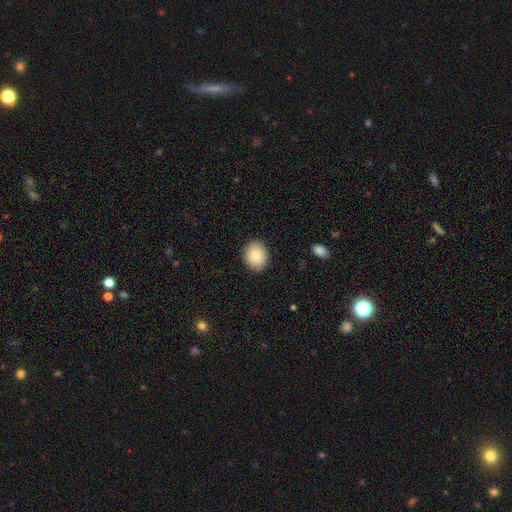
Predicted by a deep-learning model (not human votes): smooth-or-featured: smooth: 84% | featured or disk: 8% | star or artifact: 8%
  how-rounded: round: 62% | in between: 37% | cigar-shaped: 1%
  merging: none: 90% | minor disturbance: 7% | major disturbance: 2% | merger: 1%